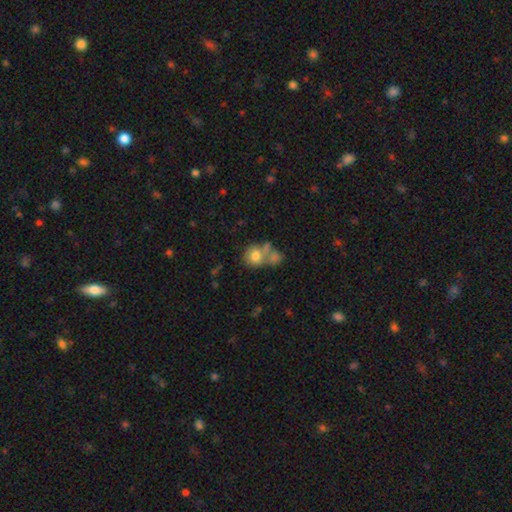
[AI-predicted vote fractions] A smooth galaxy with no disk features (74%) that is round (71%). Merging: merger (44%).